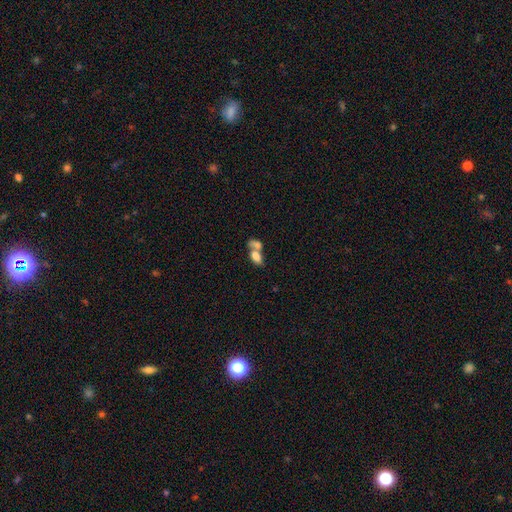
Smooth or featured? 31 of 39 (79%) said smooth. How rounded? 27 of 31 (87%) said in between. Merging? 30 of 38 (79%) said merger.